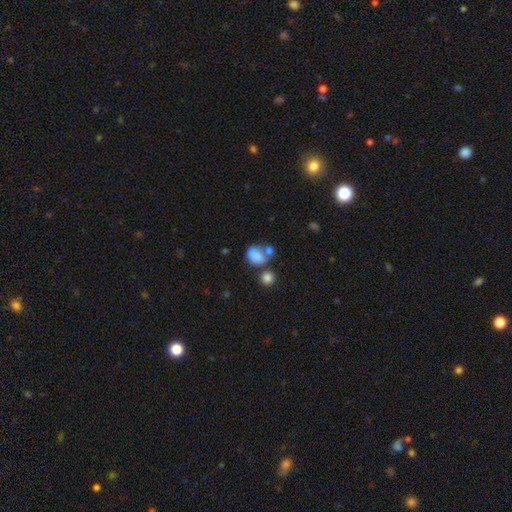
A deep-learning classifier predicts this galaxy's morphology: Q: Smooth or featured?
A: smooth (74%); runner-up: featured or disk (15%)
Q: How rounded?
A: in between (65%); runner-up: round (33%)
Q: Merging?
A: merger (40%); runner-up: none (31%)